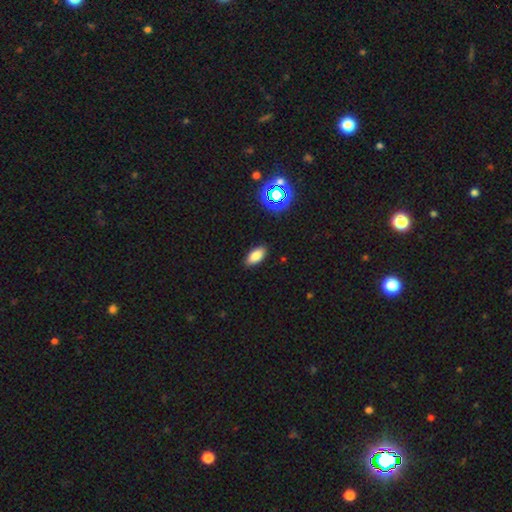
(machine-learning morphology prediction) A smooth galaxy with no disk features (82%) that is in between round and cigar-shaped (91%).

Vote fractions:
- Smooth or featured? smooth: 82% / star or artifact: 11% / featured or disk: 6%
- How rounded? in between: 91% / cigar-shaped: 6% / round: 3%
- Merging? none: 89% / minor disturbance: 8% / major disturbance: 2% / merger: 1%